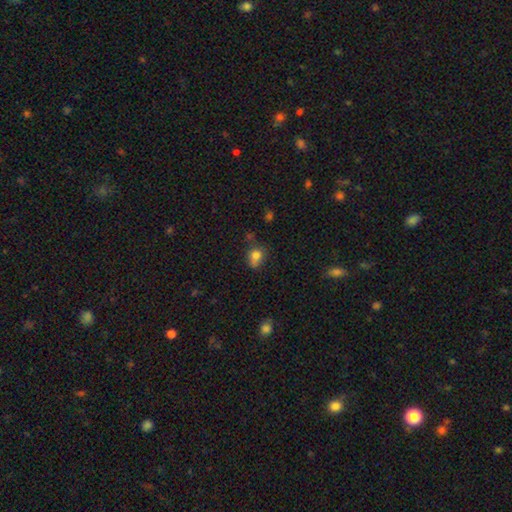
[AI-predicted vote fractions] smooth_or_featured: smooth (p=0.78) [alt: star or artifact p=0.13]
how_rounded: round (p=0.53) [alt: in between p=0.45]
merging: none (p=0.46) [alt: minor disturbance p=0.29]